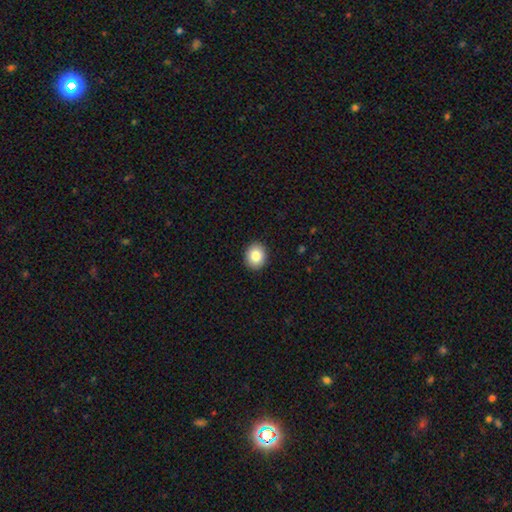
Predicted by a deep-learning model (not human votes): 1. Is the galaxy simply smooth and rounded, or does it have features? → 84% smooth, 9% star or artifact, 7% featured or disk.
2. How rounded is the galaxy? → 68% round, 32% in between, 1% cigar-shaped.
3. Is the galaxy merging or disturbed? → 91% none, 6% minor disturbance, 2% major disturbance, 1% merger.